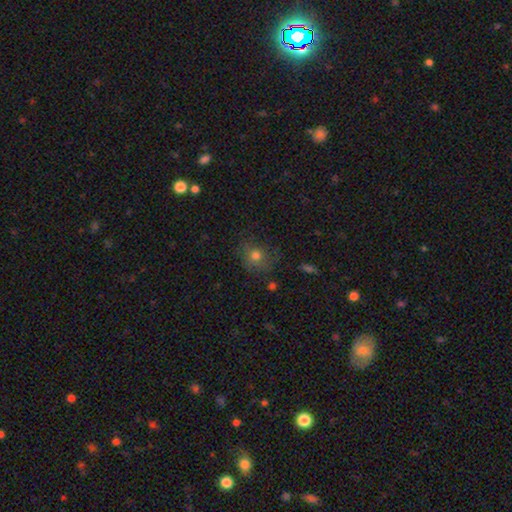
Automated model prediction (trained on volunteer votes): This appears to be a smooth galaxy with no disk features (73%) that is round (79%). Merging: none (70%).